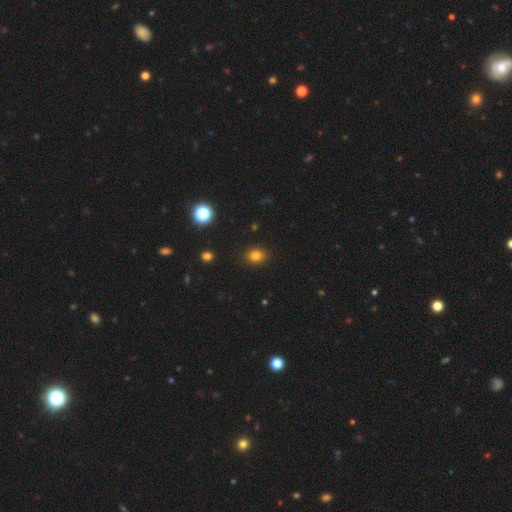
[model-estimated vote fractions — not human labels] Q: Smooth or featured?
A: smooth (79%); runner-up: star or artifact (14%)
Q: How rounded?
A: round (51%); runner-up: in between (48%)
Q: Merging?
A: none (89%); runner-up: minor disturbance (8%)